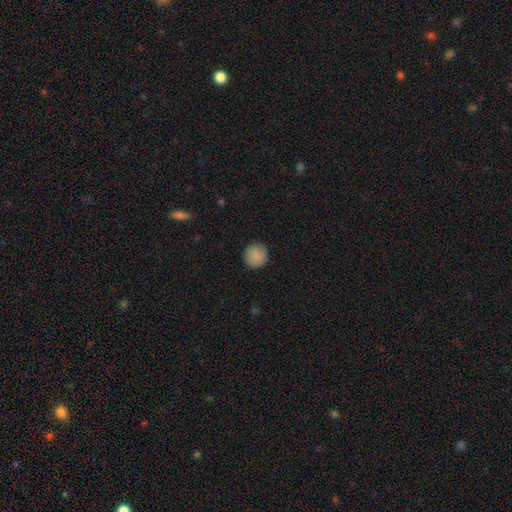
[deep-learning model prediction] This appears to be a smooth galaxy with no disk features (87%) that is round (93%). Merging: none (86%).